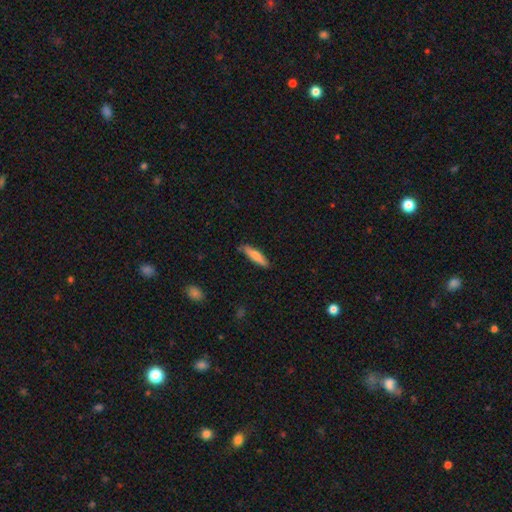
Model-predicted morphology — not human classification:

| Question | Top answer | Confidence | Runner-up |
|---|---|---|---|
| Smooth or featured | smooth | 76% | featured or disk (18%) |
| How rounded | cigar-shaped | 78% | in between (21%) |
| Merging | none | 83% | minor disturbance (13%) |